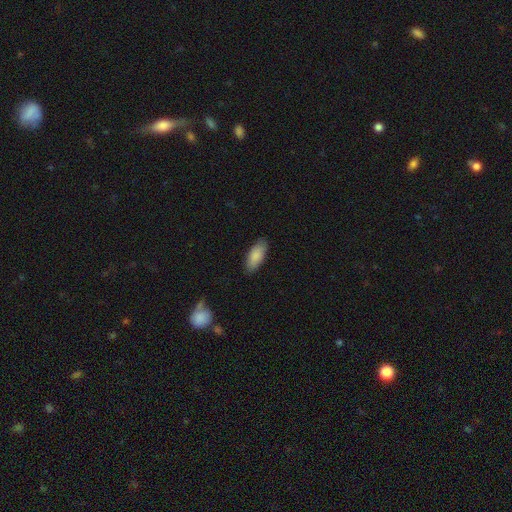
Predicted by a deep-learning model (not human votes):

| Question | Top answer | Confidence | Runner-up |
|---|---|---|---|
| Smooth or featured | smooth | 87% | featured or disk (7%) |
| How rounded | in between | 82% | cigar-shaped (16%) |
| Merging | none | 85% | minor disturbance (12%) |